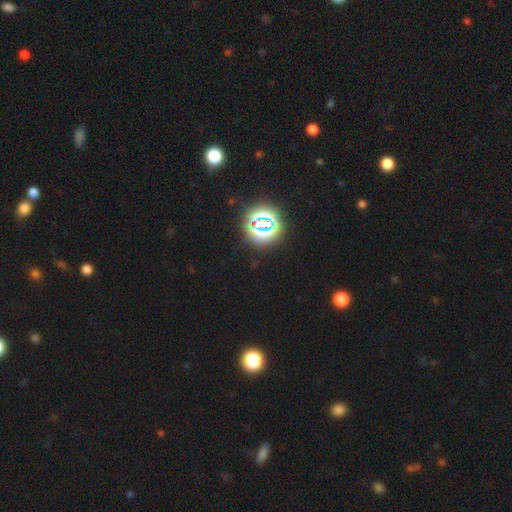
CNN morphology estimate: Overall: star or artifact (76%).